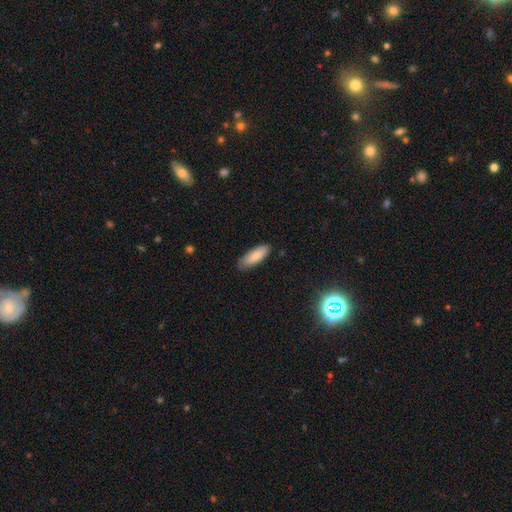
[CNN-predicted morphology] smooth 85%, featured or disk 9%, star or artifact 6%. Down the decision tree: how rounded — in between (58%); merging — none (83%).